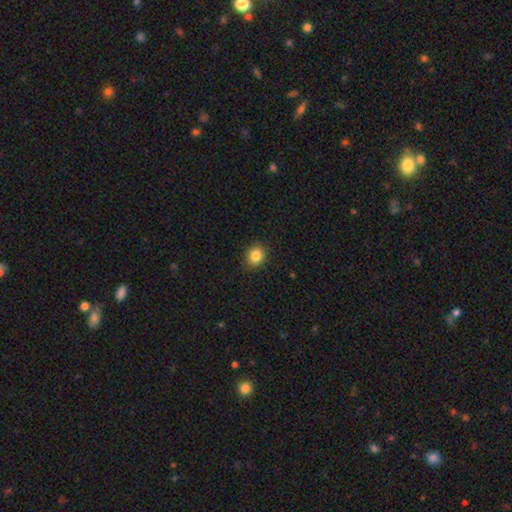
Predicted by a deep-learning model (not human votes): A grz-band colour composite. It shows a smooth galaxy with no disk features (84%) that is round (69%). Merging: none (89%).